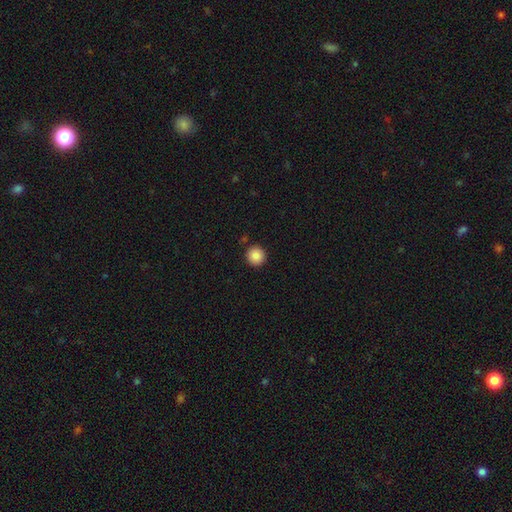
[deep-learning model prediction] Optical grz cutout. It shows a smooth galaxy with no disk features (87%) that is round (95%). Merging: none (91%).